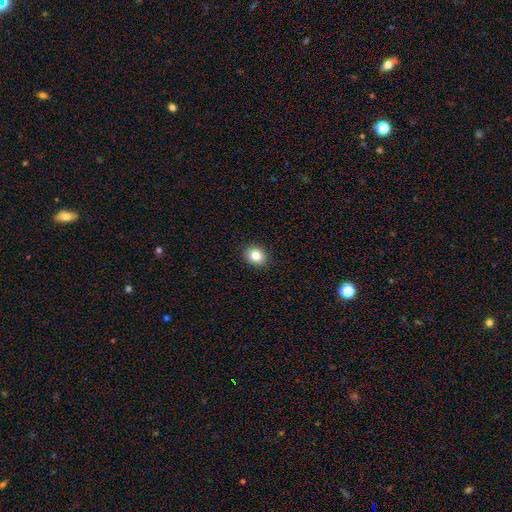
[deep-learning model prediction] A smooth galaxy with no disk features (84%) that is round (50%, tied with in between).

Vote fractions:
- Smooth or featured? smooth: 84% / star or artifact: 10% / featured or disk: 7%
- How rounded? round: 50% (tied) / in between: 50% (tied) / cigar-shaped: 1%
- Merging? none: 91% / minor disturbance: 6% / major disturbance: 2% / merger: 1%